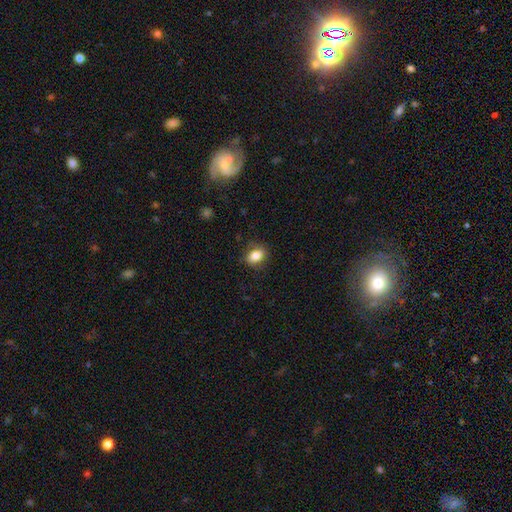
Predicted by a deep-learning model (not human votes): Smooth or featured? Predicted: smooth (p=0.83). How rounded? Predicted: in between (p=0.69). Merging? Predicted: none (p=0.83).